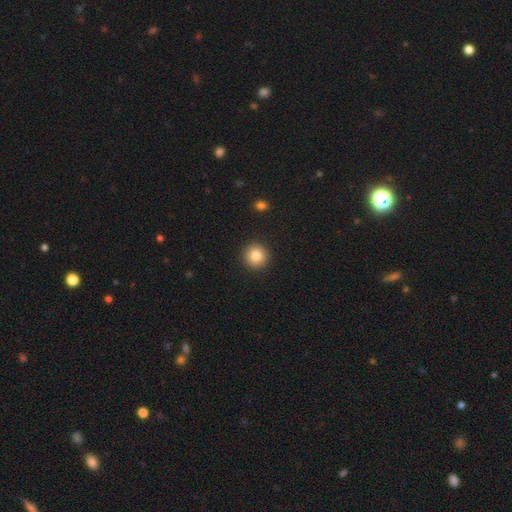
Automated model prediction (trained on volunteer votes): Smooth or featured: smooth — 83% (star or artifact — 10%)
How rounded: round — 95% (in between — 4%)
Merging: none — 92% (minor disturbance — 5%)